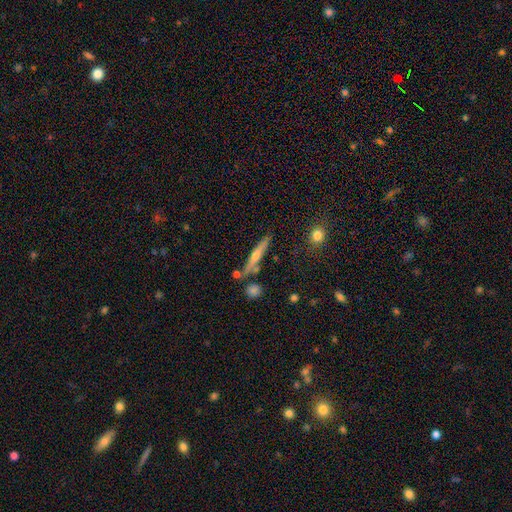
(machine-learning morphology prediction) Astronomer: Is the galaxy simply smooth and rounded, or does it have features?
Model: featured or disk — 54% (runner-up: smooth, 38%).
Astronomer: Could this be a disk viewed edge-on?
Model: yes — 94%.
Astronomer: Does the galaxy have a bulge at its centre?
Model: rounded — 75%.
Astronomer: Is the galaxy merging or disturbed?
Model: none — 77%.